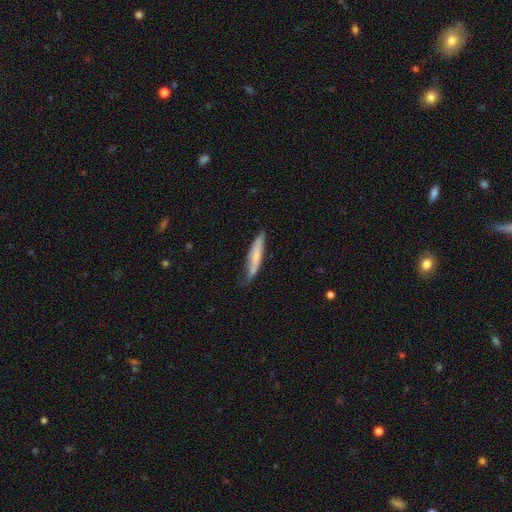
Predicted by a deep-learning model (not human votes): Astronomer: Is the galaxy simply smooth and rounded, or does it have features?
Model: smooth — 61%.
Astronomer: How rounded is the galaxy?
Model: cigar-shaped — 88%.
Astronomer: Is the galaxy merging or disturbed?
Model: none — 70%.